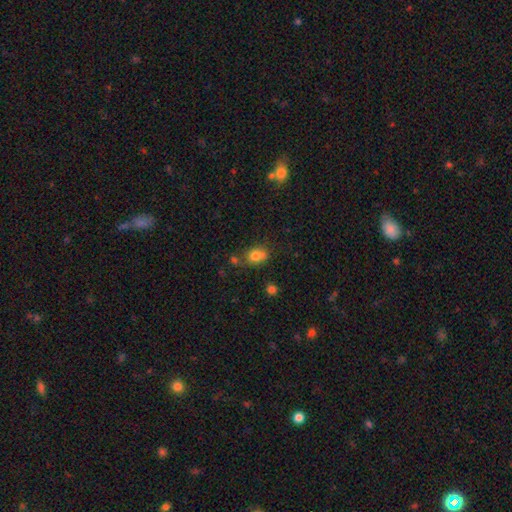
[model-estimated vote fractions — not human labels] The model was most divided on "how rounded": in between: 55%, round: 44%, cigar-shaped: 1%. More confident: smooth or featured — smooth (79%); merging — none (59%).